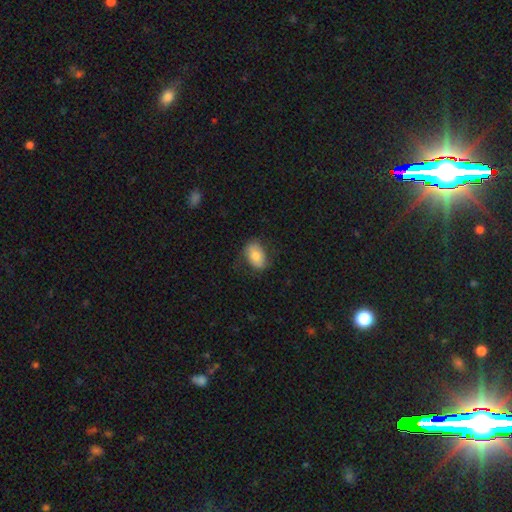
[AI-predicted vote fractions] Q: Smooth or featured?
A: smooth (78%); runner-up: featured or disk (15%)
Q: How rounded?
A: in between (87%); runner-up: round (12%)
Q: Merging?
A: none (72%); runner-up: minor disturbance (19%)